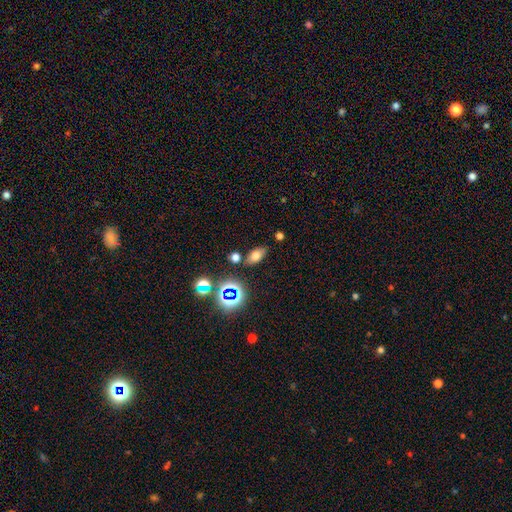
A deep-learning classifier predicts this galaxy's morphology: Q: Smooth or featured?
A: smooth (69%); runner-up: star or artifact (20%)
Q: How rounded?
A: in between (86%); runner-up: round (9%)
Q: Merging?
A: none (79%); runner-up: minor disturbance (11%)